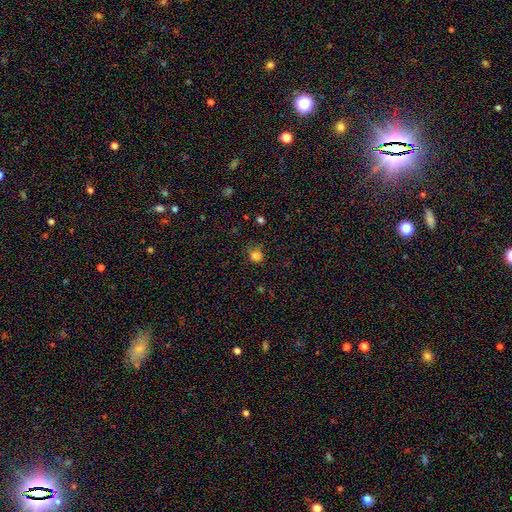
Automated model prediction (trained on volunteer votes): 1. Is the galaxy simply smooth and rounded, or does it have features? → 82% smooth, 14% star or artifact, 4% featured or disk.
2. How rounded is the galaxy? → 83% round, 17% in between, 1% cigar-shaped.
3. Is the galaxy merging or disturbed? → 73% none, 19% minor disturbance, 6% major disturbance, 2% merger.